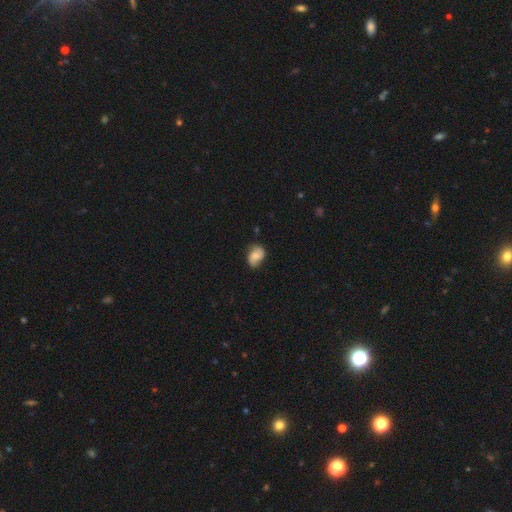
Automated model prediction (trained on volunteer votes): smooth_or_featured: featured or disk (p=0.49) [alt: smooth p=0.42]
merging: none (p=0.69) [alt: minor disturbance p=0.23]